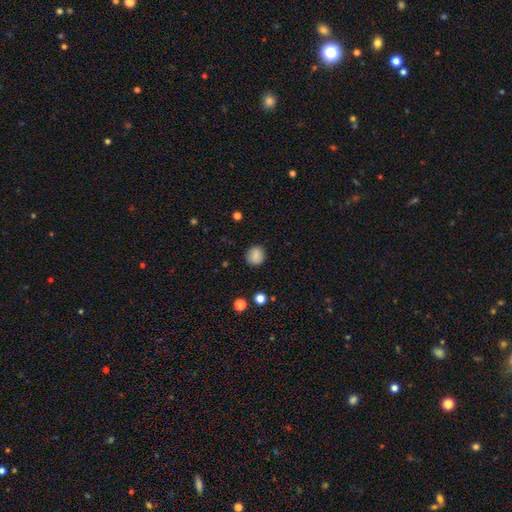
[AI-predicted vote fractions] This appears to be a smooth galaxy with no disk features (84%) that is round (86%). Merging: none (86%).